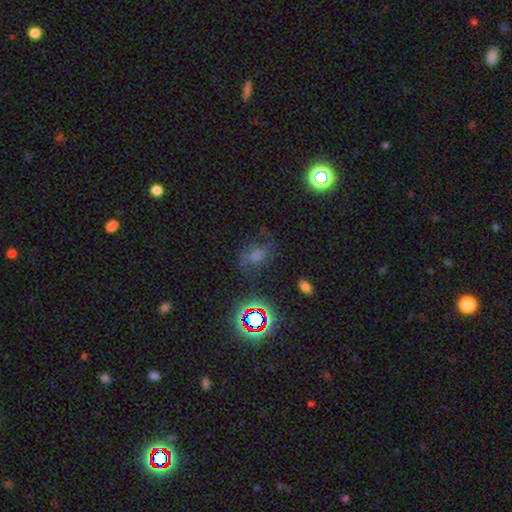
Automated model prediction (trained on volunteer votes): Smooth or featured? Predicted: smooth (p=0.48). Merging? Predicted: none (p=0.54).